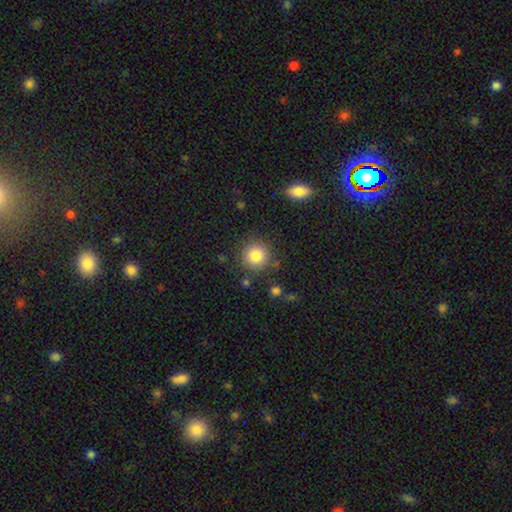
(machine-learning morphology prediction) smooth 84%, star or artifact 10%, featured or disk 6%. Down the decision tree: how rounded — round (93%); merging — none (84%).